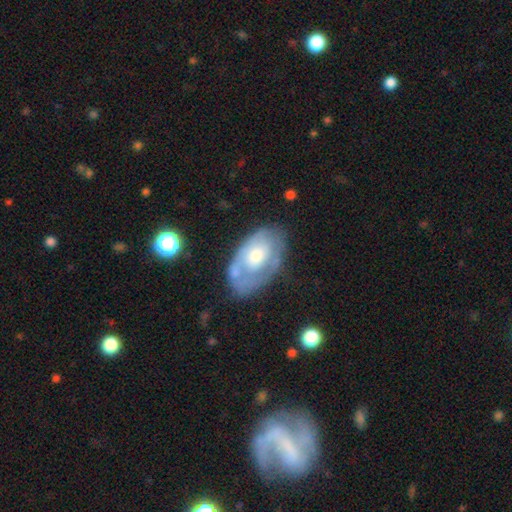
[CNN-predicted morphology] The model was most divided on "spiral arms": no: 53%, yes: 47%. More confident: edge-on disk — no (94%); bar — no (81%); smooth or featured — featured or disk (59%); bulge size — moderate (52%); merging — none (52%).